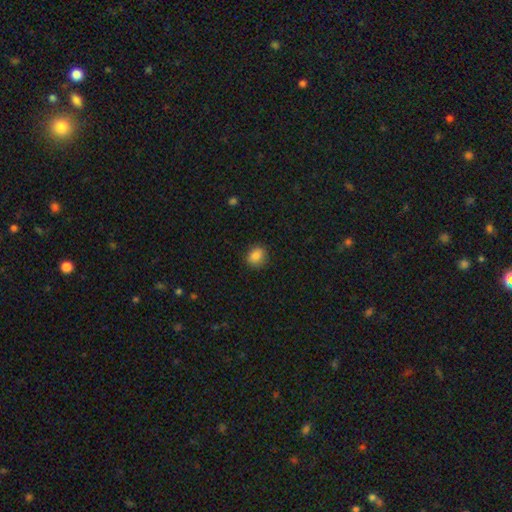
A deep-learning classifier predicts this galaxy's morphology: Overall: smooth (85%). How rounded: round (60%; in between 39%). Merging: none (87%).